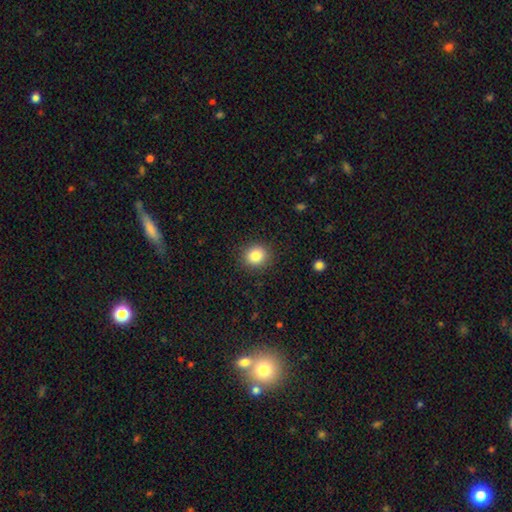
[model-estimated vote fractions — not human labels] Morphology: type=smooth (84%); roundness=round (84%); merging=none (89%).